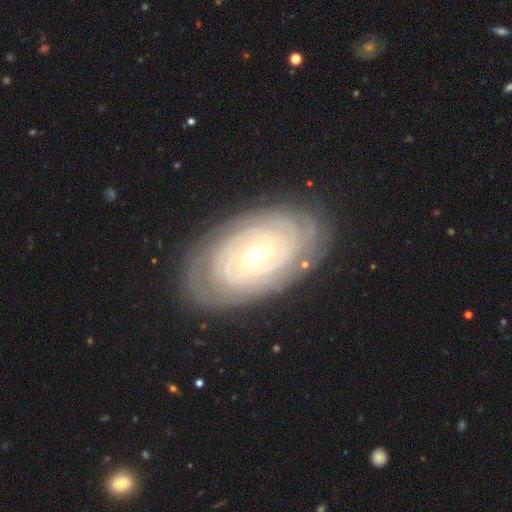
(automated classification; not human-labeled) A featured or disk galaxy (85%) with no bar (61%), tight (88%) spiral arms (96%) and a small central bulge (50%). Merging: none (83%).